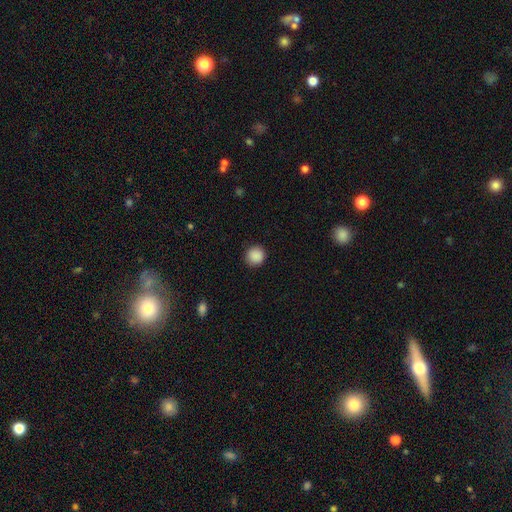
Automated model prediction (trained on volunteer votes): Q: Smooth or featured?
A: smooth (89%); runner-up: star or artifact (8%)
Q: How rounded?
A: round (93%); runner-up: in between (6%)
Q: Merging?
A: none (90%); runner-up: minor disturbance (7%)